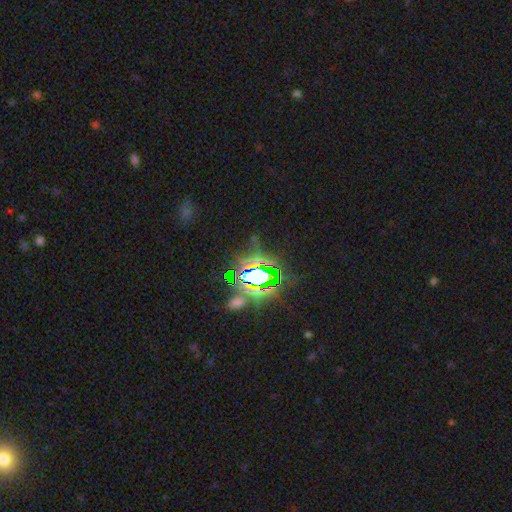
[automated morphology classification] A star or artifact, not a galaxy (82%).

Vote fractions:
- Smooth or featured? star or artifact: 82% / smooth: 10% / featured or disk: 8%